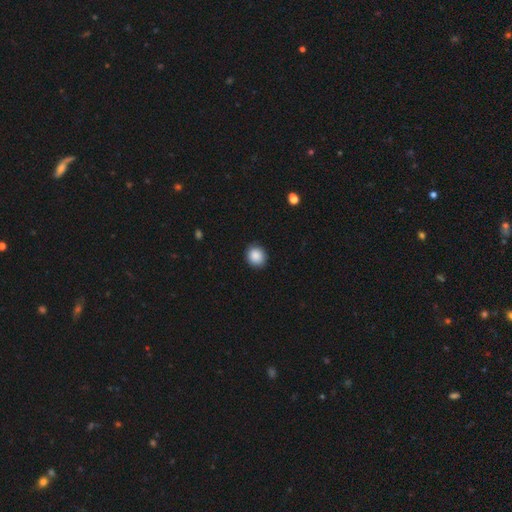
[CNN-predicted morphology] A smooth galaxy with no disk features (88%) that is round (77%). Merging: none (88%).